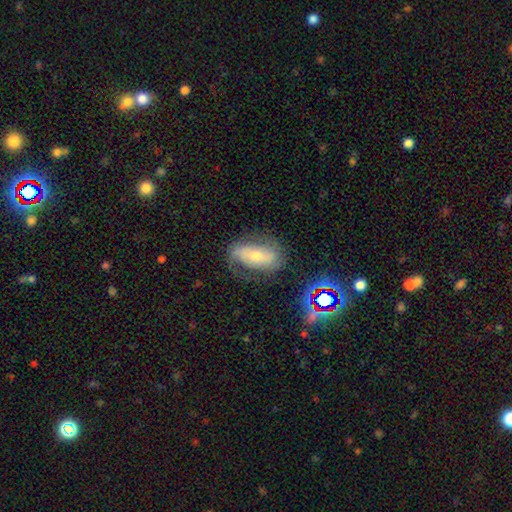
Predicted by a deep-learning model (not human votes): Morphology: type=featured or disk (60%); edge-on=no (90%); bar=no (39%); spiral arms=yes (78%); bulge=moderate (51%); merging=none (62%).